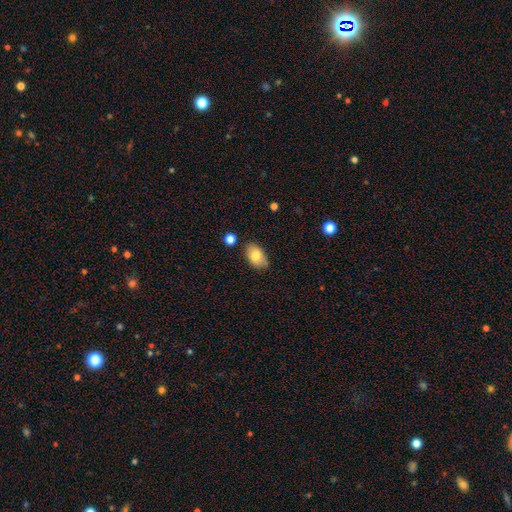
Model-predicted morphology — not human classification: Overall: smooth (78%). How rounded: in between (92%). Merging: none (80%).